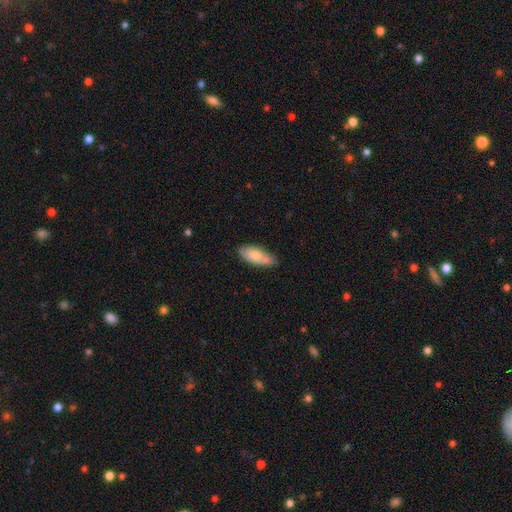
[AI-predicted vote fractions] Q: Smooth or featured?
A: smooth (73%); runner-up: featured or disk (20%)
Q: How rounded?
A: in between (81%); runner-up: cigar-shaped (17%)
Q: Merging?
A: none (60%); runner-up: minor disturbance (23%)